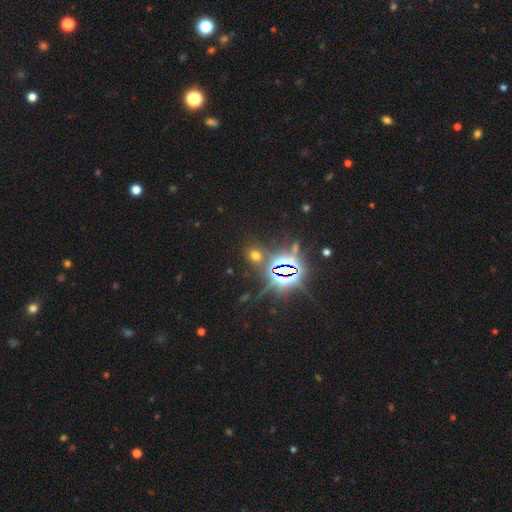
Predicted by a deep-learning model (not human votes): Smooth or featured: star or artifact — 51% (smooth — 41%)